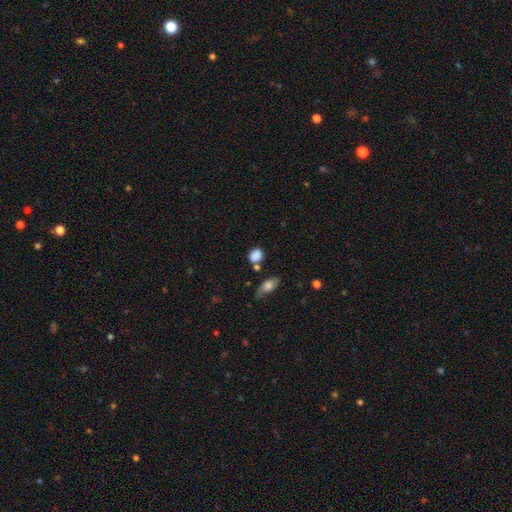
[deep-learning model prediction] This appears to be a smooth galaxy with no disk features (85%) that is round (60%). Merging: none (64%).